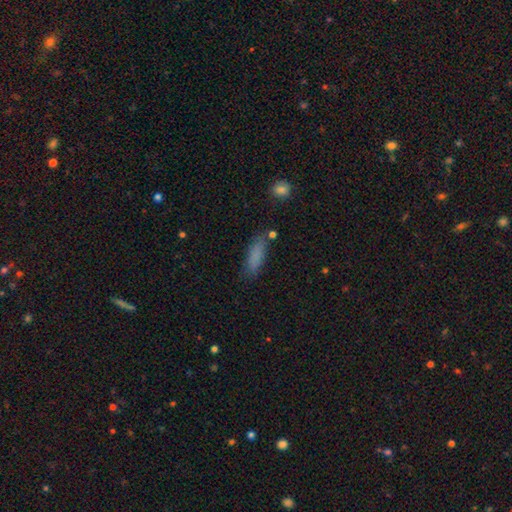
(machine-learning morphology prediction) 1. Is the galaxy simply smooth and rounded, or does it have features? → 83% smooth, 9% star or artifact, 8% featured or disk.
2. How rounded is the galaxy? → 52% cigar-shaped, 46% in between, 2% round.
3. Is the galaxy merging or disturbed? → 77% none, 15% minor disturbance, 4% major disturbance, 4% merger.